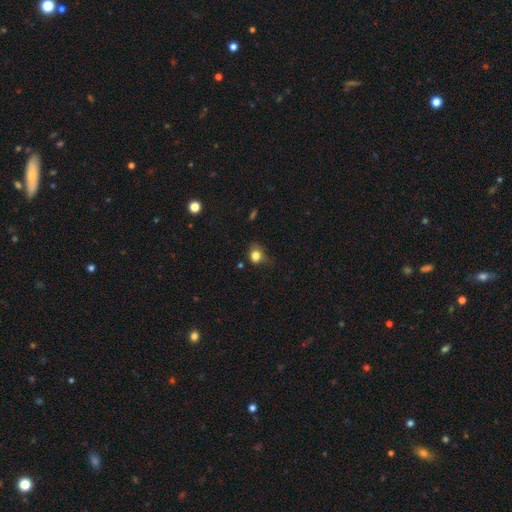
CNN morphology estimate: type=smooth (81%); roundness=round (66%); merging=none (47%).